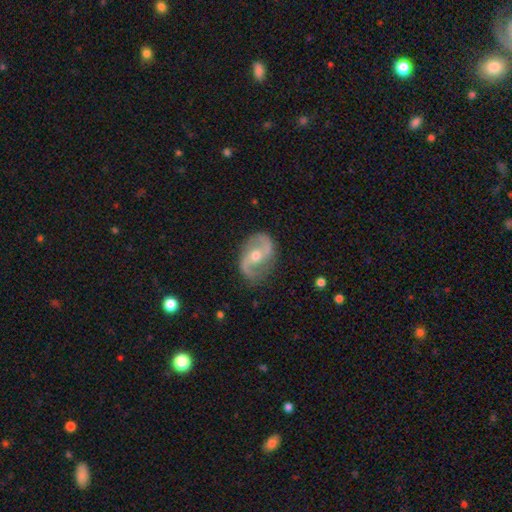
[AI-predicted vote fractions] Smooth or featured?
  - featured or disk: 88% *
  - smooth: 7%
  - star or artifact: 5%
Edge-on disk?
  - no: 97% *
  - yes: 3%
Bar?
  - no: 44% *
  - weak: 39%
  - strong: 17%
Spiral arms?
  - yes: 96% *
  - no: 4%
Spiral winding?
  - medium: 46% *
  - loose: 40%
  - tight: 14%
Spiral arm count?
  - 2: 93% *
  - can't tell: 2%
  - 1: 2%
  - 3: 1%
  - 4: 1%
  - more than 4: 1%
Bulge size?
  - moderate: 65% *
  - small: 31%
  - large: 3%
  - none: 1%
  - dominant: 1%
Merging?
  - none: 82% *
  - minor disturbance: 13%
  - major disturbance: 4%
  - merger: 1%